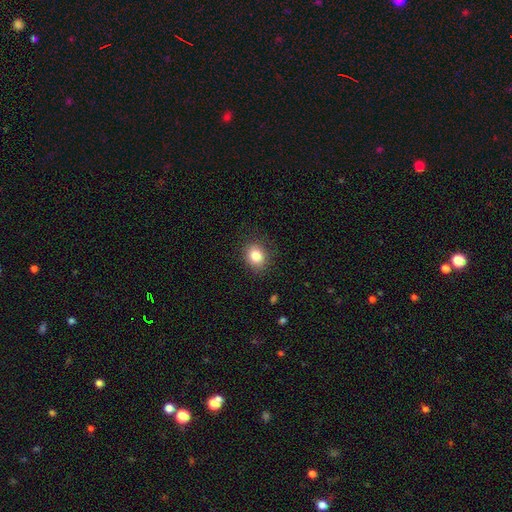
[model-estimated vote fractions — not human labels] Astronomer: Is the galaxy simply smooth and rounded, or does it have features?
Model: smooth — 83%.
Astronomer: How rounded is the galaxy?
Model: round — 60% (runner-up: in between, 39%).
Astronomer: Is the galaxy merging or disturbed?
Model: none — 86%.